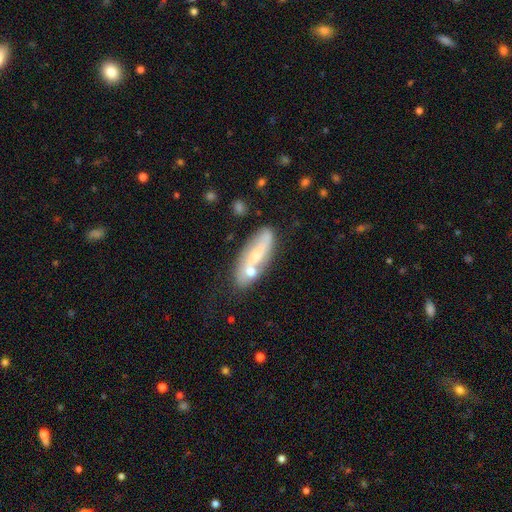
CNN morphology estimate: type=featured or disk (52%); edge-on=no (75%); merging=none (53%).